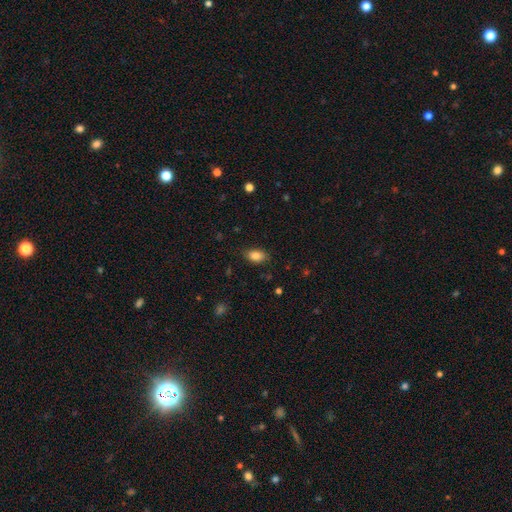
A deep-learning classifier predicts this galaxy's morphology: Q: Smooth or featured?
A: smooth (85%); runner-up: star or artifact (9%)
Q: How rounded?
A: in between (87%); runner-up: round (11%)
Q: Merging?
A: none (82%); runner-up: minor disturbance (14%)